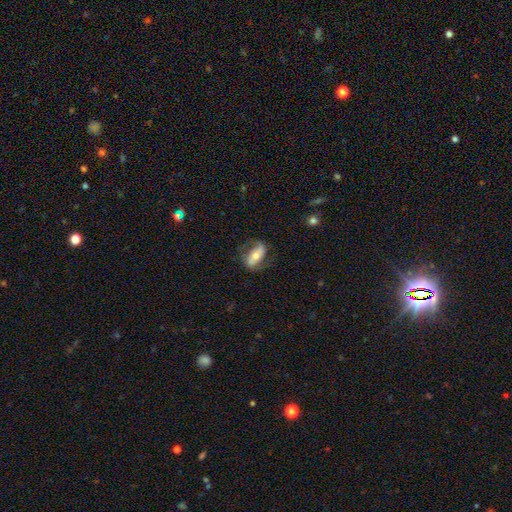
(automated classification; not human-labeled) Smooth or featured? Predicted: featured or disk (p=0.50). Merging? Predicted: none (p=0.67).